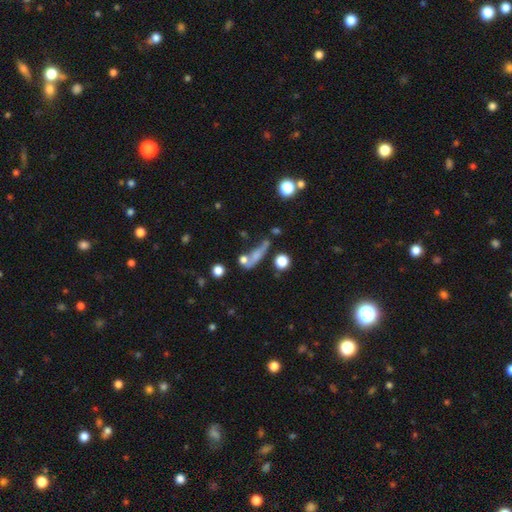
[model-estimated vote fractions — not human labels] This appears to be a smooth galaxy with no disk features (55%) that is cigar-shaped (57%). Merging: none (39%).